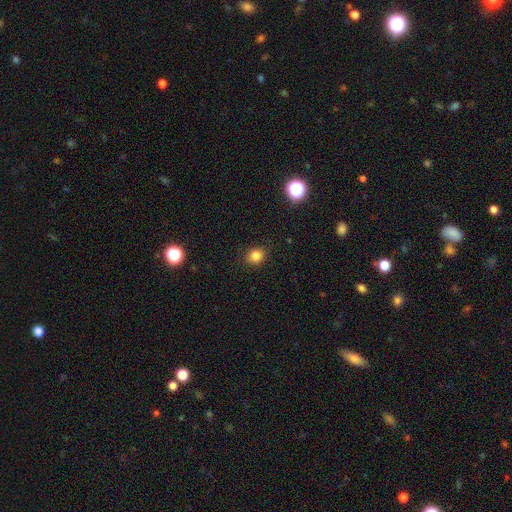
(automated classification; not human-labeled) A smooth galaxy with no disk features (82%) that is round (73%).

Vote fractions:
- Smooth or featured? smooth: 82% / star or artifact: 13% / featured or disk: 5%
- How rounded? round: 73% / in between: 26% / cigar-shaped: 1%
- Merging? none: 88% / minor disturbance: 9% / major disturbance: 2% / merger: 1%